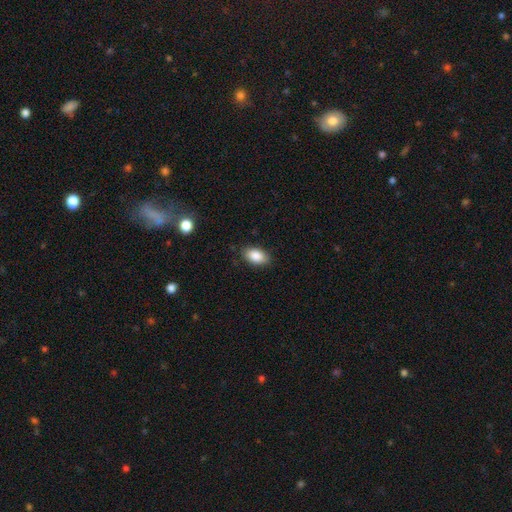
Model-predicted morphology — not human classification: Smooth or featured?
  - smooth: 88% *
  - star or artifact: 7%
  - featured or disk: 5%
How rounded?
  - in between: 92% *
  - round: 6%
  - cigar-shaped: 2%
Merging?
  - none: 84% *
  - minor disturbance: 13%
  - major disturbance: 3%
  - merger: 1%